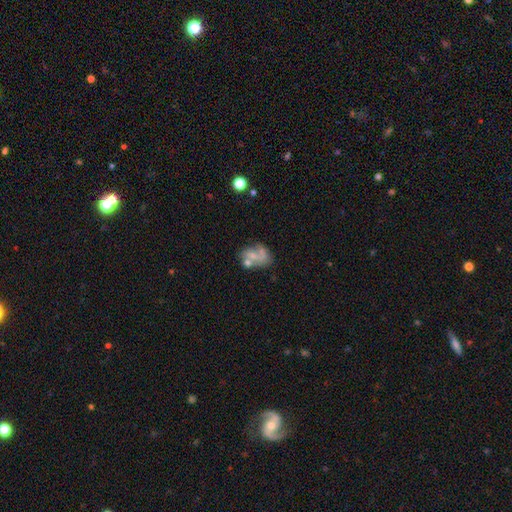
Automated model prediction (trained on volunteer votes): A smooth galaxy with no disk features (45%). Merging: none (32%).